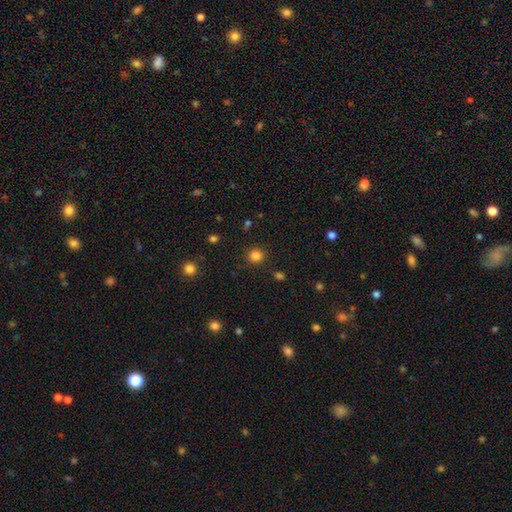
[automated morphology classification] Overall: smooth (83%). How rounded: round (92%). Merging: none (90%).